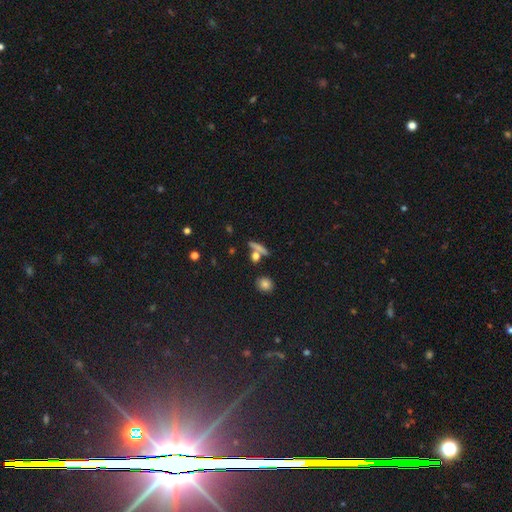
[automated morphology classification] Overall: smooth (66%). How rounded: cigar-shaped (45%; round 31%). Merging: none (69%).